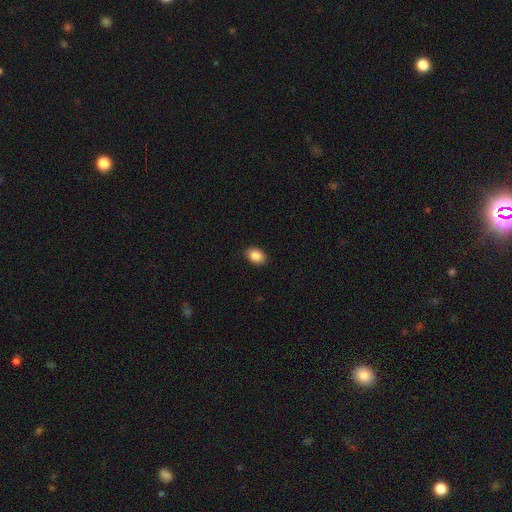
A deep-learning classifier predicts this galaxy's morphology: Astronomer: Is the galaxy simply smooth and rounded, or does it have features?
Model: smooth — 88%.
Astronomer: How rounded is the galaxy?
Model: in between — 76%.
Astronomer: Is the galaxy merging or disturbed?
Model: none — 89%.